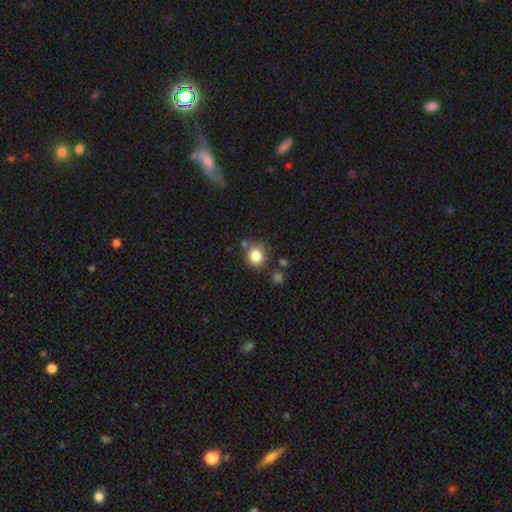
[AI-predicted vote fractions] smooth 83%, star or artifact 10%, featured or disk 7%. Down the decision tree: how rounded — round (83%); merging — none (74%).